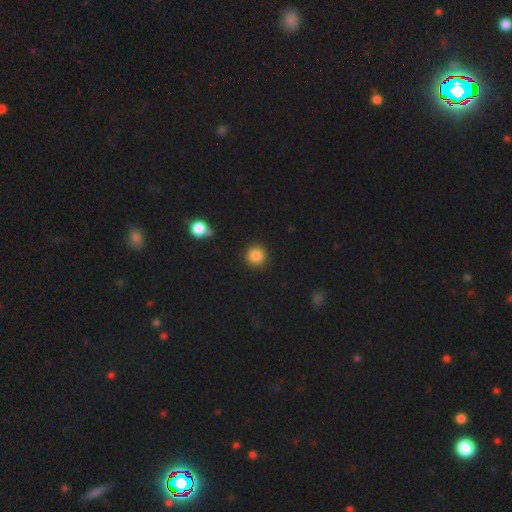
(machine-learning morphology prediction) This is clearly a smooth galaxy (86%). How rounded: clearly round (94%). Merging: clearly none (90%).